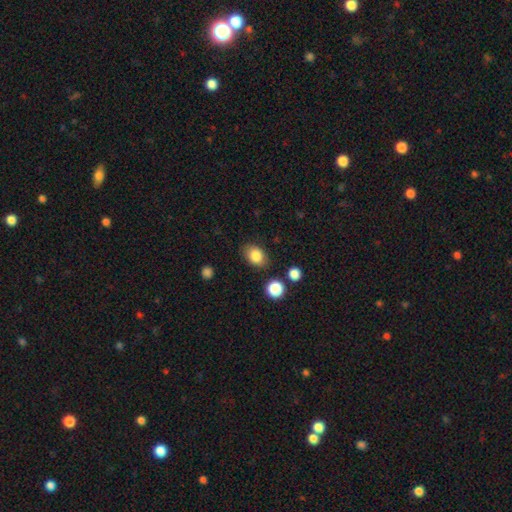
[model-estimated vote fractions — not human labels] Smooth or featured? Predicted: smooth (p=0.84). How rounded? Predicted: in between (p=0.73). Merging? Predicted: none (p=0.82).